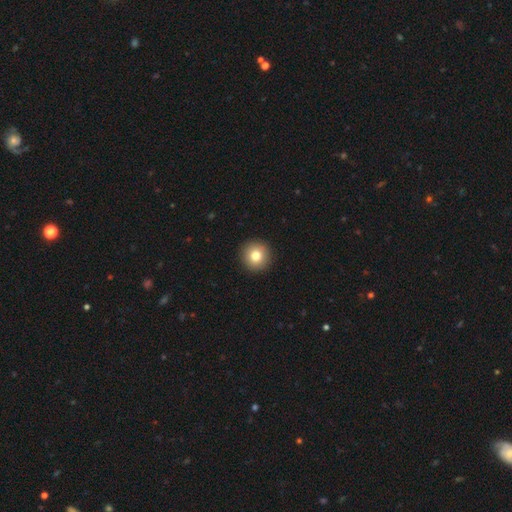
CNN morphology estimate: A smooth galaxy with no disk features (80%) that is round (95%). Merging: none (93%).